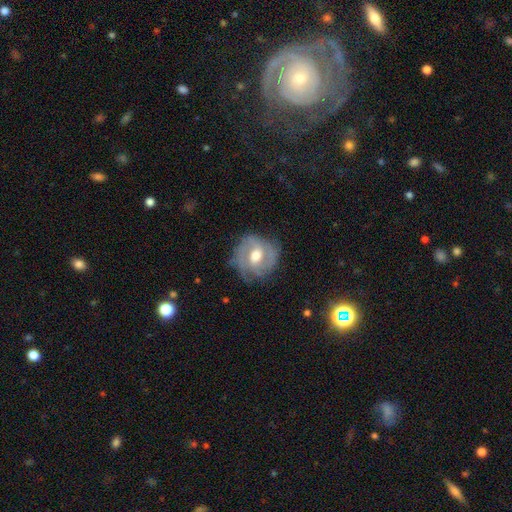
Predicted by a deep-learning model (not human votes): Smooth or featured: featured or disk — 75% (smooth — 19%)
Edge-on disk: no — 97% (yes — 3%)
Bar: weak — 46% (no — 40%)
Spiral arms: yes — 86% (no — 14%)
Spiral winding: tight — 50% (medium — 38%)
Spiral arm count: 2 — 49% (can't tell — 24%)
Bulge size: moderate — 74% (large — 16%)
Merging: none — 69% (minor disturbance — 21%)